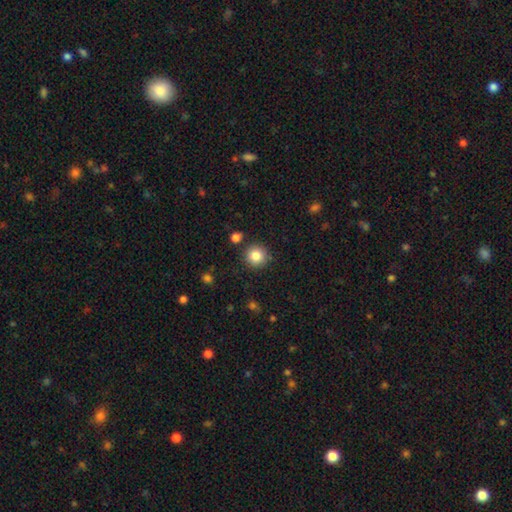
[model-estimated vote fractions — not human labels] Smooth or featured? Predicted: smooth (p=0.85). How rounded? Predicted: round (p=0.94). Merging? Predicted: none (p=0.88).